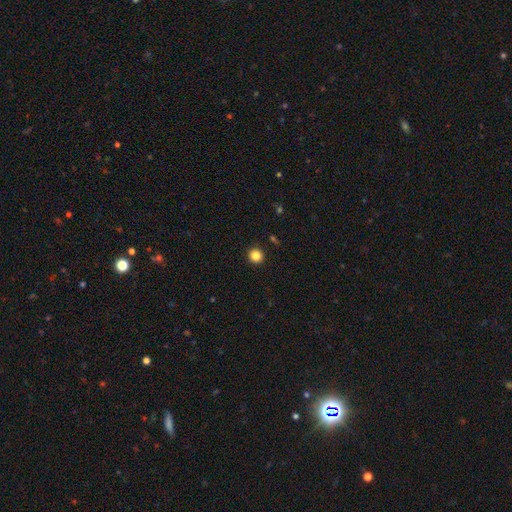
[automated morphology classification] Smooth or featured? Predicted: smooth (p=0.85). How rounded? Predicted: round (p=0.95). Merging? Predicted: none (p=0.93).